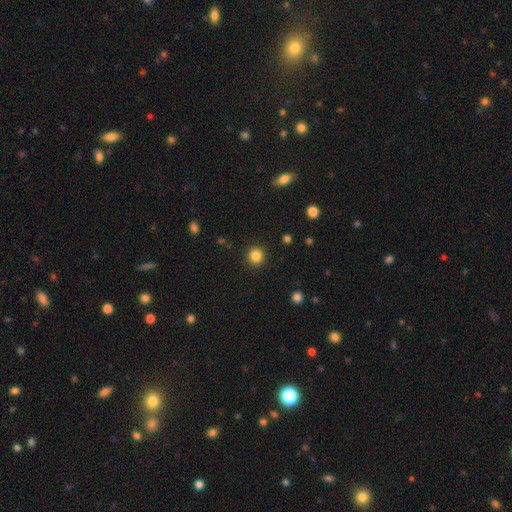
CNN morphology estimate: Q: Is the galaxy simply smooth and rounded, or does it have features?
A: smooth — 85%.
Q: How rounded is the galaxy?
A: round — 93%.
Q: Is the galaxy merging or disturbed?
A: none — 92%.